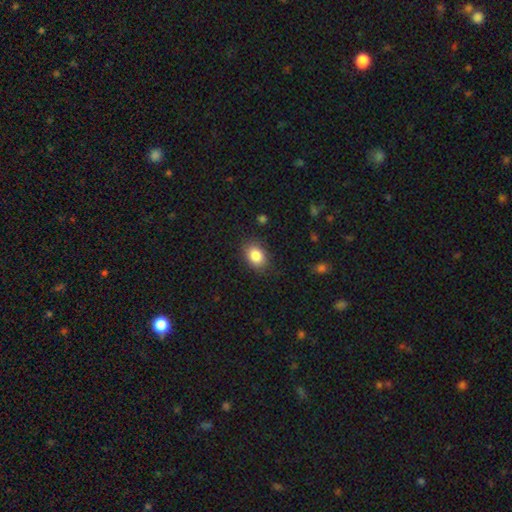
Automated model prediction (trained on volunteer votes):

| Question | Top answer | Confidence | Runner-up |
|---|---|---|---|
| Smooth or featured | smooth | 85% | star or artifact (8%) |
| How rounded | in between | 71% | round (27%) |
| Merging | none | 84% | minor disturbance (12%) |